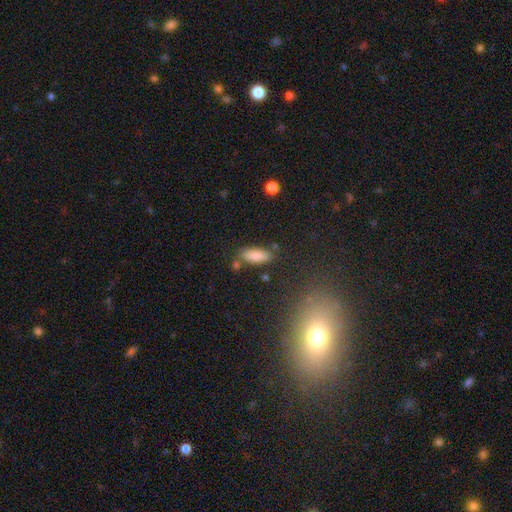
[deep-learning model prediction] Smooth or featured: smooth — 83% (featured or disk — 9%)
How rounded: in between — 79% (cigar-shaped — 18%)
Merging: none — 76% (minor disturbance — 14%)